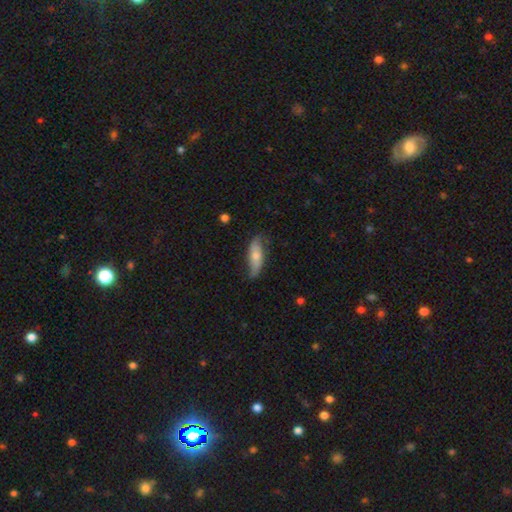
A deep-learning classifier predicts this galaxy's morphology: type=smooth (53%); roundness=in between (60%); merging=none (63%).